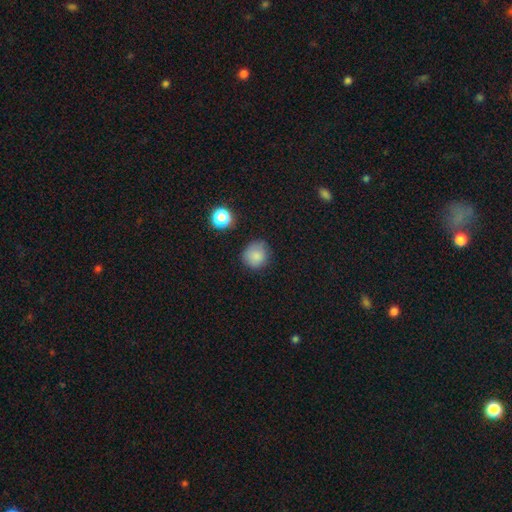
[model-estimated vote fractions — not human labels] This is clearly a smooth galaxy (84%). How rounded: clearly round (88%). Merging: likely none (78%).